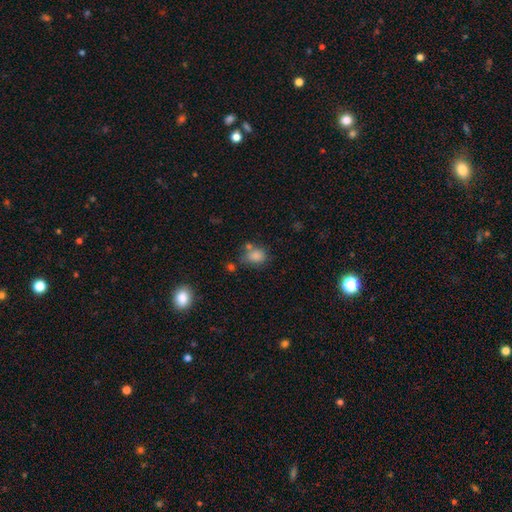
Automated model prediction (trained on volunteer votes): This appears to be a smooth galaxy with no disk features (82%) that is in between round and cigar-shaped (50%). Merging: none (55%).